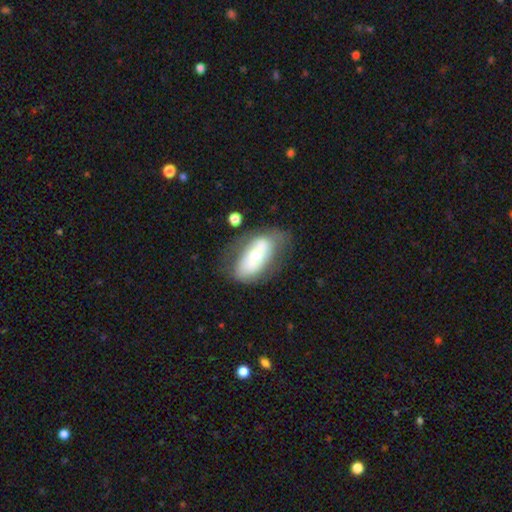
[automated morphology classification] type=featured or disk (51%); edge-on=no (85%); merging=none (58%).